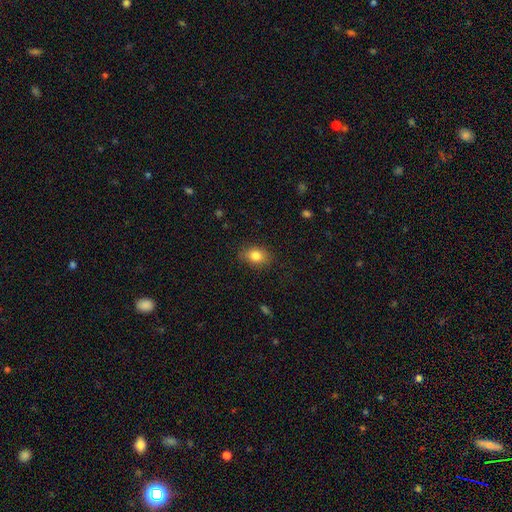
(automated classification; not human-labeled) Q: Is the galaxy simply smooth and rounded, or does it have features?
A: smooth — 82%.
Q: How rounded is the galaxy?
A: in between — 67%.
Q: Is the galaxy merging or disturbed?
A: none — 82%.